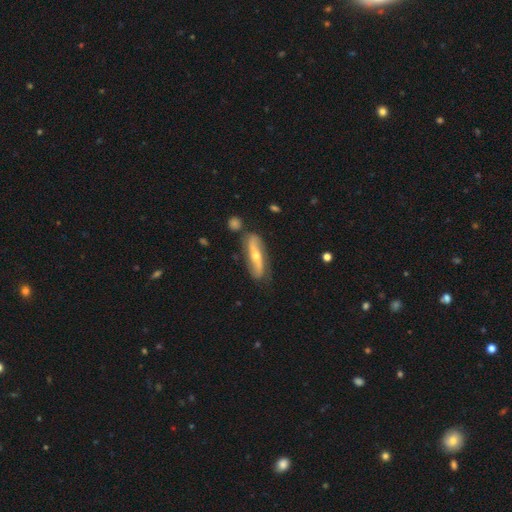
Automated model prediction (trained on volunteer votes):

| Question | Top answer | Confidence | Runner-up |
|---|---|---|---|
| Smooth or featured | featured or disk | 76% | smooth (19%) |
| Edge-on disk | no | 68% | yes (32%) |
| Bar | no | 42% | strong (36%) |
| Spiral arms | yes | 87% | no (13%) |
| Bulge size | moderate | 55% | small (41%) |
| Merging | none | 78% | minor disturbance (15%) |